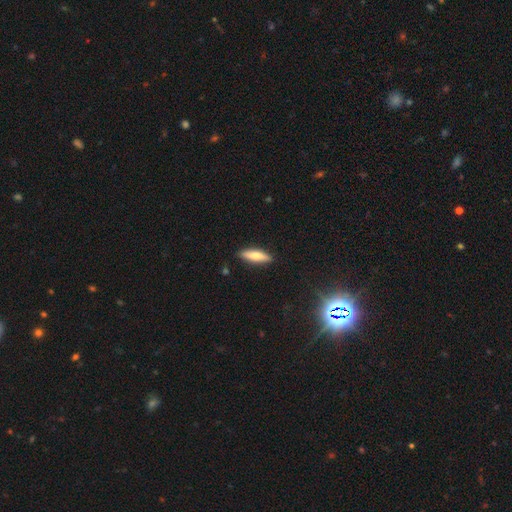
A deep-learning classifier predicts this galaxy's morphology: smooth-or-featured: smooth: 71% | featured or disk: 23% | star or artifact: 6%
  how-rounded: cigar-shaped: 67% | in between: 31% | round: 2%
  merging: none: 88% | minor disturbance: 9% | major disturbance: 2% | merger: 1%